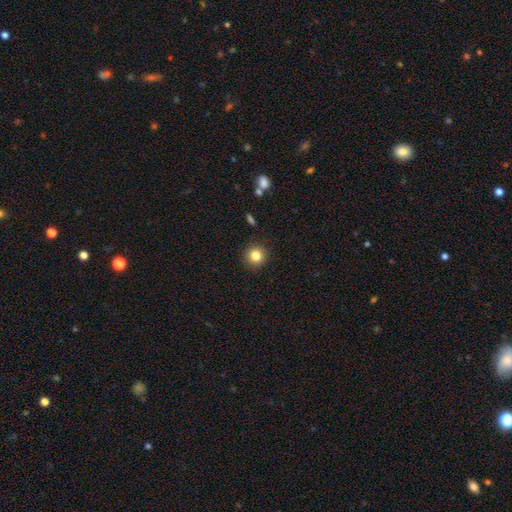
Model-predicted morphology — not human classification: This appears to be a smooth galaxy with no disk features (83%) that is round (93%). Merging: none (91%).